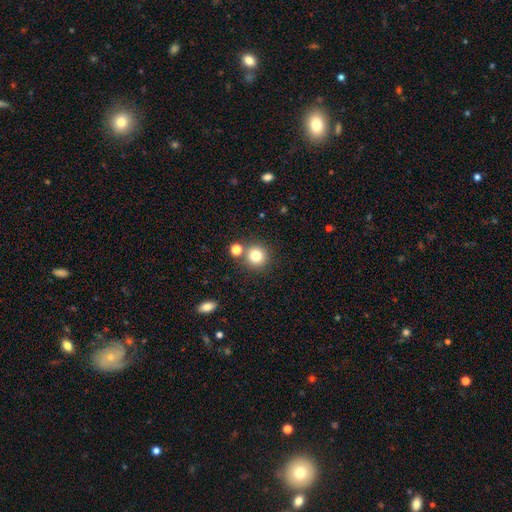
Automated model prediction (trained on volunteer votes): A smooth galaxy with no disk features (80%) that is round (93%). Merging: none (77%).